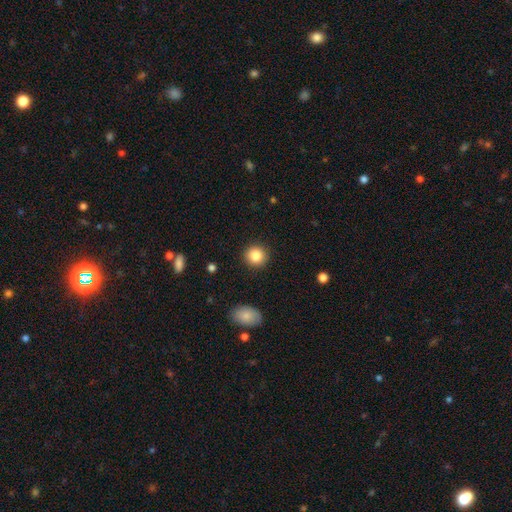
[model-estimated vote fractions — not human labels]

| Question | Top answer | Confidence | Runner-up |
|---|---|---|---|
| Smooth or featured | smooth | 85% | star or artifact (9%) |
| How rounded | round | 91% | in between (9%) |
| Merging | none | 92% | minor disturbance (5%) |